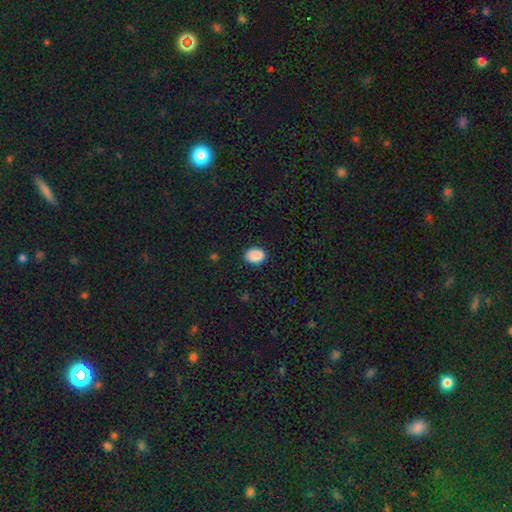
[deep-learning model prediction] The model was most divided on "how rounded": in between: 61%, round: 38%, cigar-shaped: 1%. More confident: smooth or featured — smooth (89%); merging — none (87%).